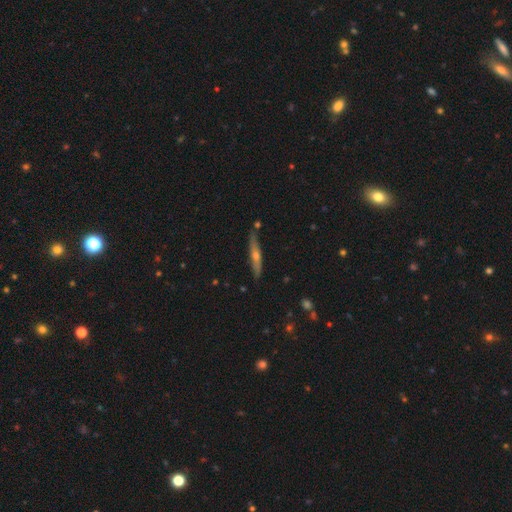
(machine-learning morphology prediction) smooth_or_featured: featured or disk (p=0.63) [alt: smooth p=0.30]
disk_edge_on: yes (p=0.93) [alt: no p=0.07]
edge_on_bulge: rounded (p=0.83) [alt: none p=0.13]
merging: none (p=0.82) [alt: minor disturbance p=0.13]